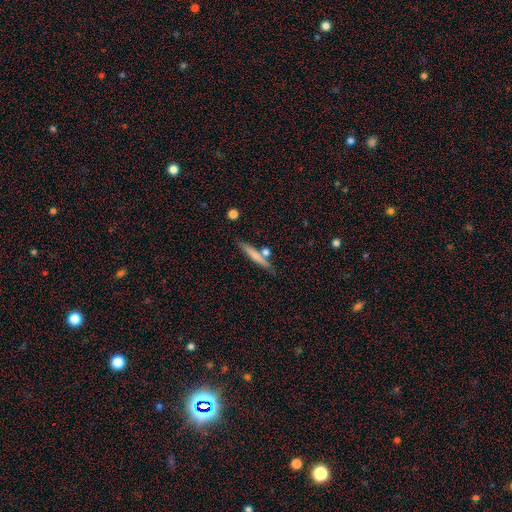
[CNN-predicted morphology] The model was most divided on "smooth or featured": smooth: 67%, featured or disk: 27%, star or artifact: 6%. More confident: how rounded — cigar-shaped (92%); merging — none (73%).